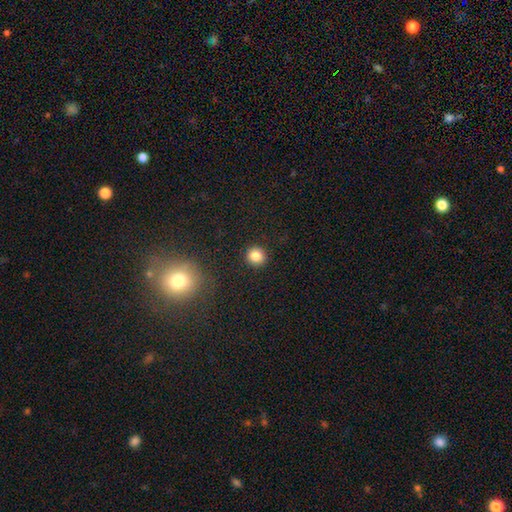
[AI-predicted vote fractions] Smooth or featured?
  - smooth: 83% *
  - star or artifact: 11%
  - featured or disk: 5%
How rounded?
  - round: 92% *
  - in between: 7%
  - cigar-shaped: 1%
Merging?
  - none: 92% *
  - minor disturbance: 5%
  - major disturbance: 2%
  - merger: 1%